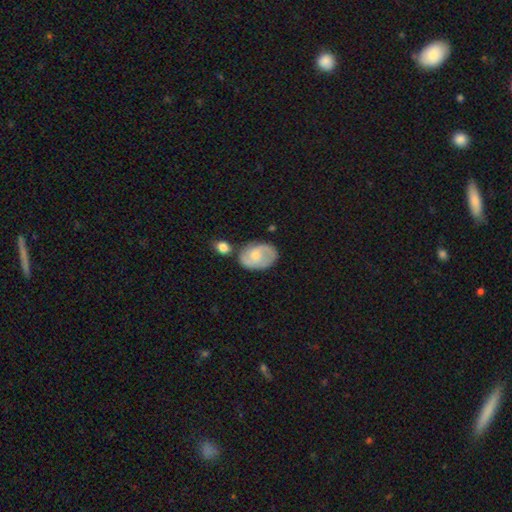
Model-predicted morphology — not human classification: Smooth or featured? Predicted: featured or disk (p=0.54). Edge-on disk? Predicted: no (p=0.96). Bar? Predicted: no (p=0.61). Spiral arms? Predicted: yes (p=0.74). Bulge size? Predicted: moderate (p=0.50). Merging? Predicted: none (p=0.58).